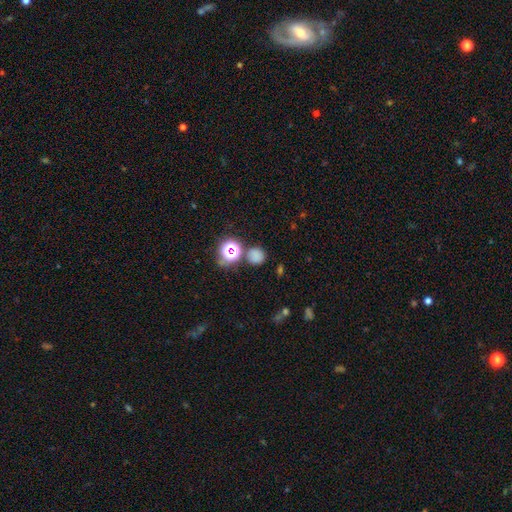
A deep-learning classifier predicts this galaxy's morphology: Overall: smooth (69%). How rounded: round (88%). Merging: none (76%).